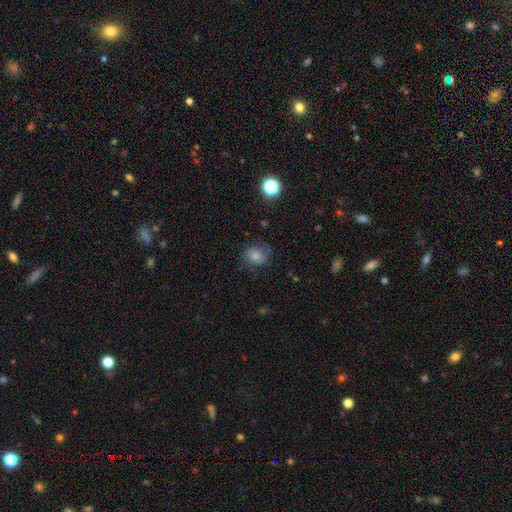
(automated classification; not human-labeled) Smooth or featured: smooth — 64% (featured or disk — 24%)
How rounded: round — 67% (in between — 32%)
Merging: none — 66% (minor disturbance — 22%)